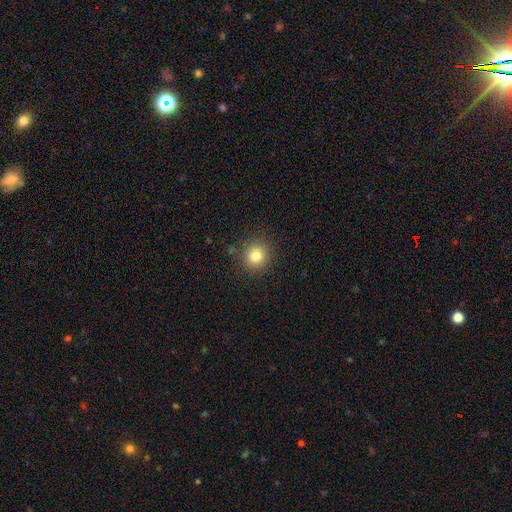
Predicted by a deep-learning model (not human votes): smooth 80%, star or artifact 13%, featured or disk 7%. Down the decision tree: how rounded — round (90%); merging — none (88%).